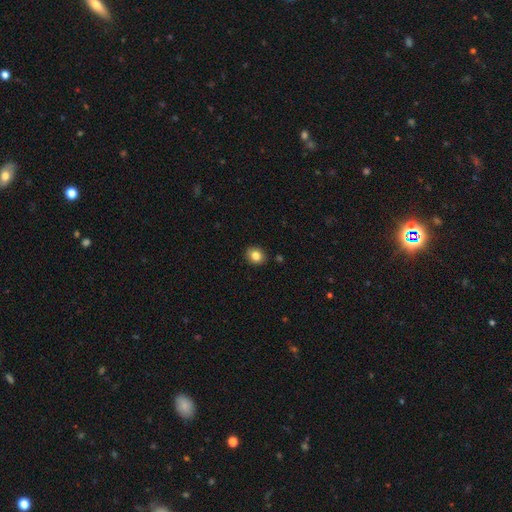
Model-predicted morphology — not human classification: Smooth or featured?
  - smooth: 83% *
  - star or artifact: 10%
  - featured or disk: 7%
How rounded?
  - round: 63% *
  - in between: 36%
  - cigar-shaped: 1%
Merging?
  - none: 89% *
  - minor disturbance: 8%
  - major disturbance: 2%
  - merger: 1%